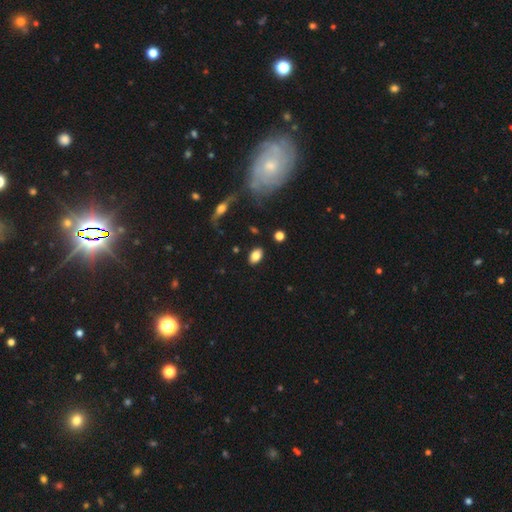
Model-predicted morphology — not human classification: Smooth or featured? Predicted: smooth (p=0.82). How rounded? Predicted: in between (p=0.88). Merging? Predicted: none (p=0.87).